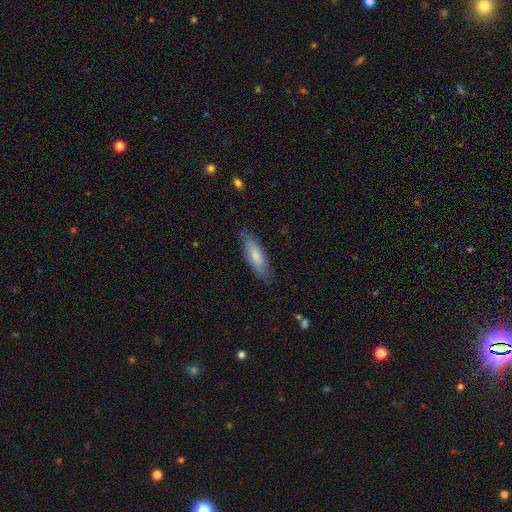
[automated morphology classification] A smooth galaxy with no disk features (74%) that is in between round and cigar-shaped (55%).

Vote fractions:
- Smooth or featured? smooth: 74% / featured or disk: 21% / star or artifact: 6%
- How rounded? in between: 55% / cigar-shaped: 44% / round: 1%
- Merging? none: 79% / minor disturbance: 17% / major disturbance: 3% / merger: 1%